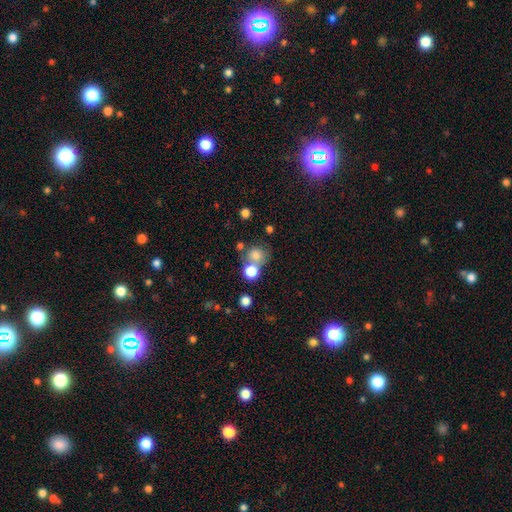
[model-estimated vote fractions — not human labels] Smooth or featured? smooth (76%)
How rounded? round (83%)
Merging? none (51%)